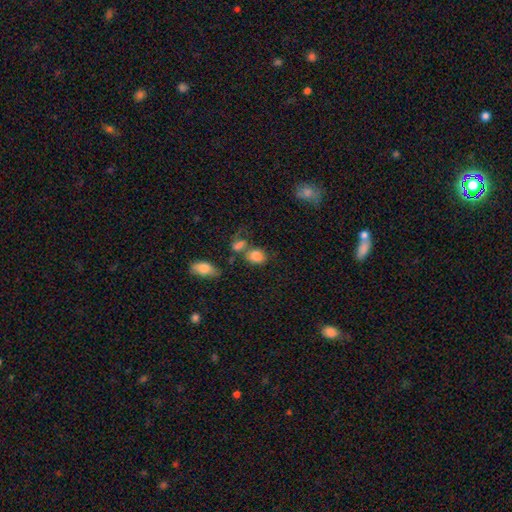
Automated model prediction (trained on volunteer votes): smooth 82%, star or artifact 10%, featured or disk 8%. Down the decision tree: how rounded — in between (63%); merging — none (45%).